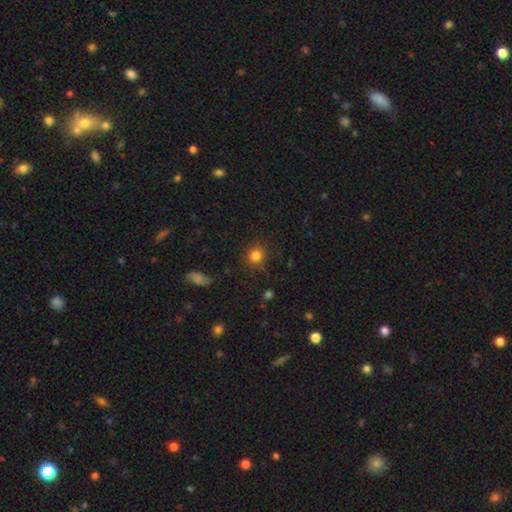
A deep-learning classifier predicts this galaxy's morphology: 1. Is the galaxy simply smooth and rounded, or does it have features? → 82% smooth, 13% star or artifact, 5% featured or disk.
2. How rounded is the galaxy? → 88% round, 11% in between, 1% cigar-shaped.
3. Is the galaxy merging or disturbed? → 86% none, 10% minor disturbance, 3% major disturbance, 2% merger.